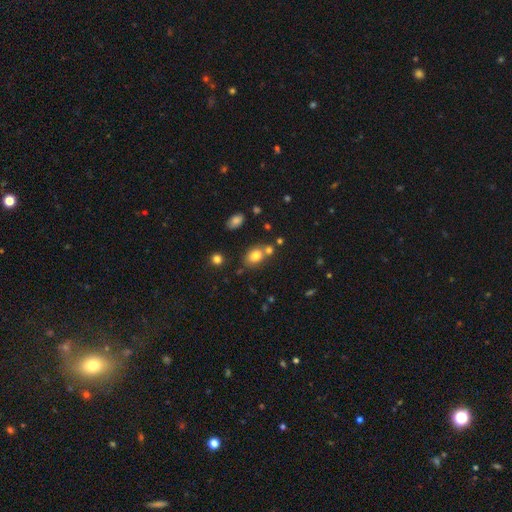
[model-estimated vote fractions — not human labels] Overall: smooth (79%). How rounded: in between (69%; round 30%). Merging: none (59%; merger 23%).